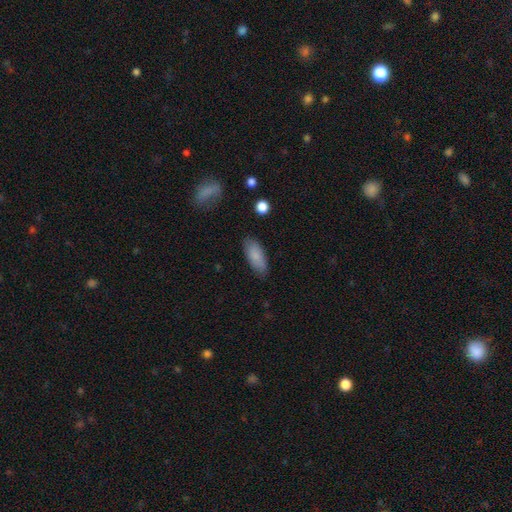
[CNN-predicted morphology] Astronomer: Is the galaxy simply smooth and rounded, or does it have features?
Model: smooth — 85%.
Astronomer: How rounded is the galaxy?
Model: in between — 79%.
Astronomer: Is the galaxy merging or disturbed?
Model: none — 82%.